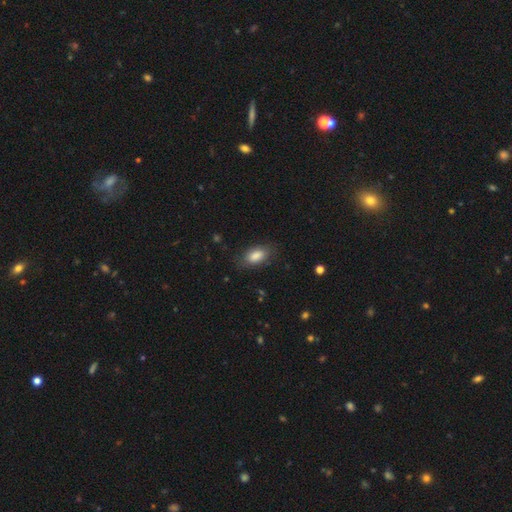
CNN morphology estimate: Q: Smooth or featured?
A: smooth (84%); runner-up: featured or disk (9%)
Q: How rounded?
A: in between (90%); runner-up: cigar-shaped (6%)
Q: Merging?
A: none (79%); runner-up: minor disturbance (15%)